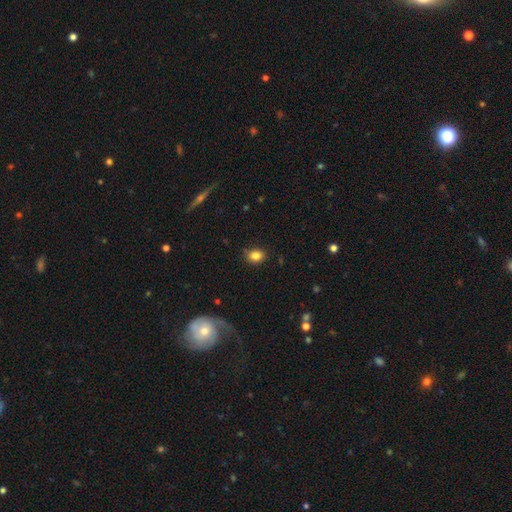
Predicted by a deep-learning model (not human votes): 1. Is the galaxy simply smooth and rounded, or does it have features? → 84% smooth, 10% star or artifact, 6% featured or disk.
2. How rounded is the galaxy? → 54% in between, 45% round, 1% cigar-shaped.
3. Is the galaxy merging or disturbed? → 83% none, 13% minor disturbance, 3% major disturbance, 1% merger.